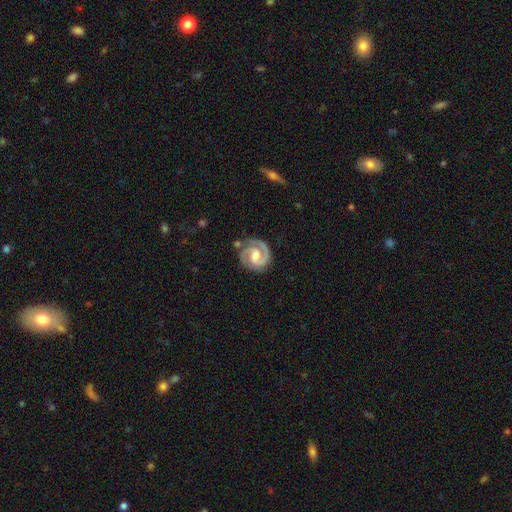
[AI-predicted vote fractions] Smooth or featured? featured or disk (89%)
Edge-on disk? no (98%)
Bar? weak (50%)
Spiral arms? yes (98%)
Spiral winding? tight (57%)
Spiral arm count? 2 (87%)
Bulge size? moderate (48%)
Merging? none (75%)